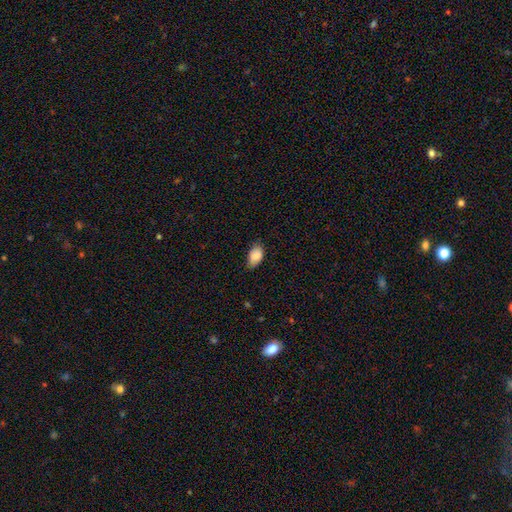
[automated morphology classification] A smooth galaxy with no disk features (88%) that is in between round and cigar-shaped (91%). Merging: none (70%).